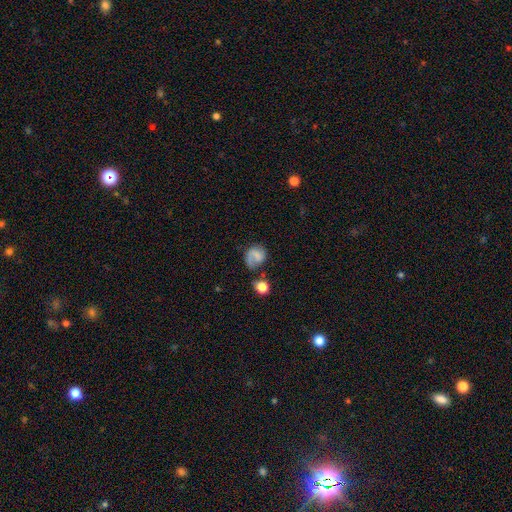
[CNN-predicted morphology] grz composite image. It shows a smooth galaxy with no disk features (48%). Merging: none (46%).